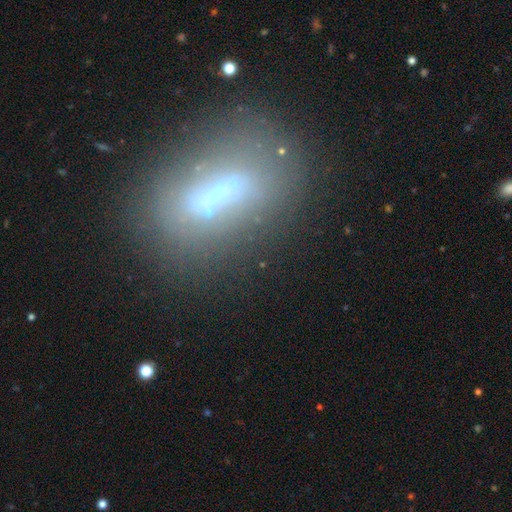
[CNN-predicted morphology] smooth_or_featured: featured or disk (p=0.43) [alt: smooth p=0.40]
merging: none (p=0.64) [alt: minor disturbance p=0.17]